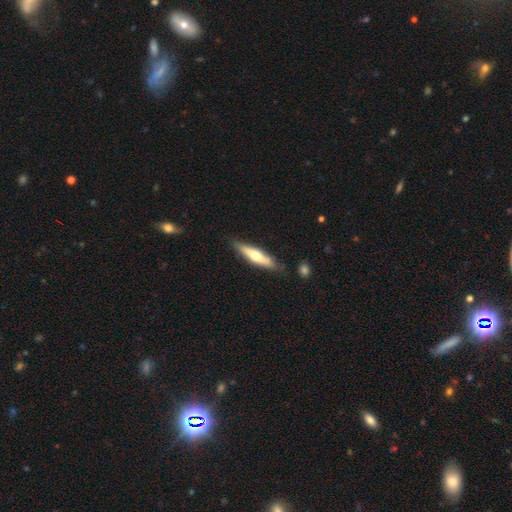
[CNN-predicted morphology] A smooth galaxy with no disk features (53%) that is cigar-shaped (79%).

Vote fractions:
- Smooth or featured? smooth: 53% / featured or disk: 41% / star or artifact: 5%
- How rounded? cigar-shaped: 79% / in between: 20% / round: 1%
- Merging? none: 82% / minor disturbance: 14% / major disturbance: 3% / merger: 2%